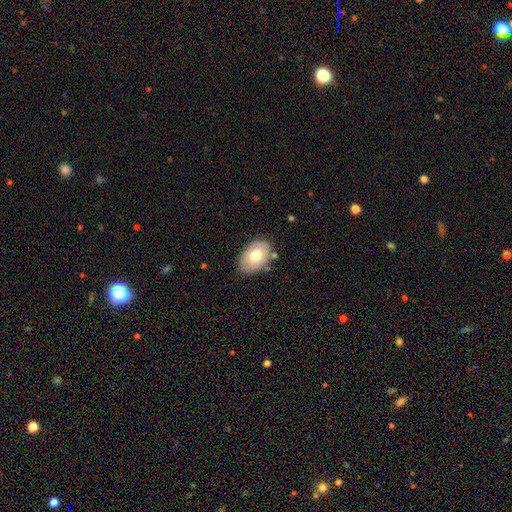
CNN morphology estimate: This is likely a smooth galaxy (69%). How rounded: clearly in between (87%). Merging: likely none (78%).